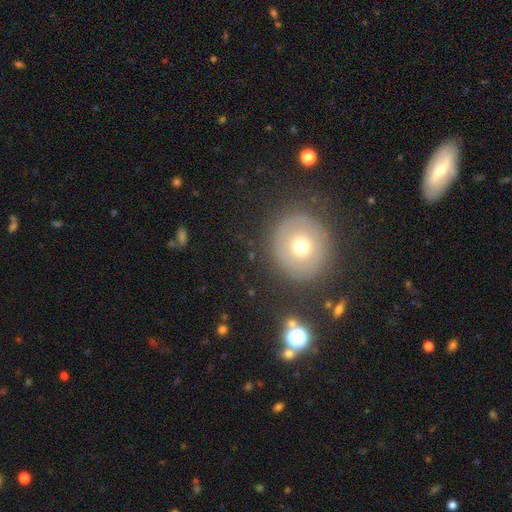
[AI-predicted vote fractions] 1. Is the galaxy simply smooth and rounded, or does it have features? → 41% featured or disk, 39% smooth, 20% star or artifact.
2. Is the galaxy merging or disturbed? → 83% none, 9% minor disturbance, 5% major disturbance, 3% merger.